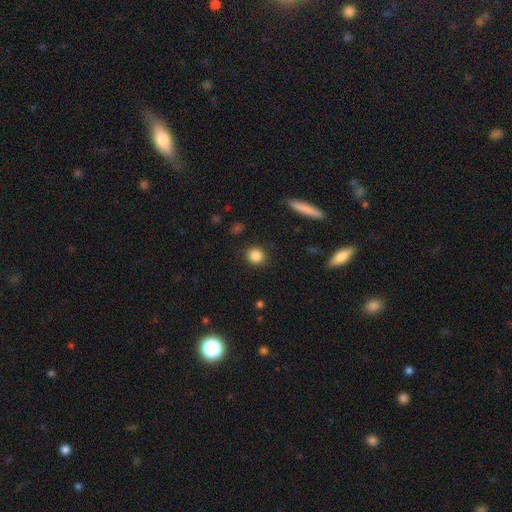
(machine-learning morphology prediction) smooth_or_featured: smooth (p=0.85) [alt: star or artifact p=0.09]
how_rounded: round (p=0.85) [alt: in between p=0.14]
merging: none (p=0.90) [alt: minor disturbance p=0.07]